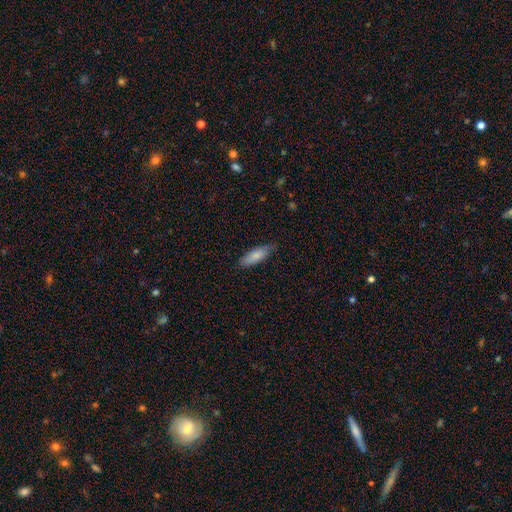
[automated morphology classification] Smooth or featured? Predicted: smooth (p=0.81). How rounded? Predicted: in between (p=0.59). Merging? Predicted: none (p=0.72).